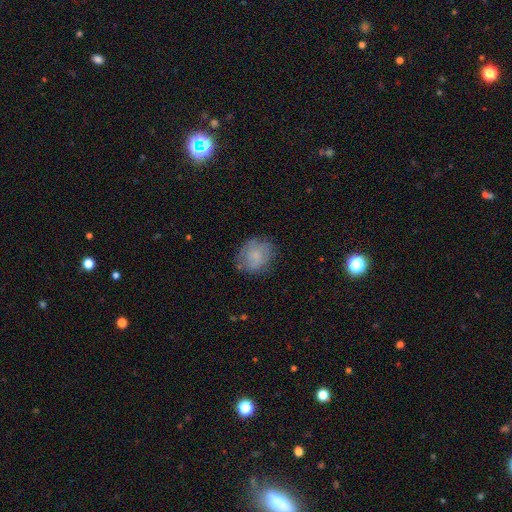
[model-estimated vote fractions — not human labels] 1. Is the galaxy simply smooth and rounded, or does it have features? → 64% smooth, 27% featured or disk, 9% star or artifact.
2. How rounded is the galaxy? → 68% round, 31% in between, 1% cigar-shaped.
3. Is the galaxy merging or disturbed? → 69% none, 22% minor disturbance, 8% major disturbance, 2% merger.